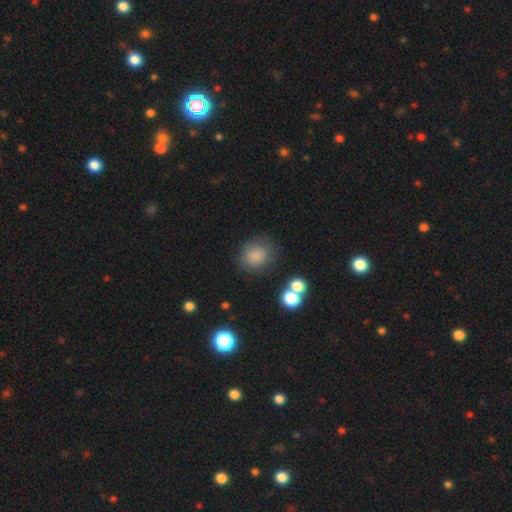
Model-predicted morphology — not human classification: type=smooth (82%); roundness=round (70%); merging=none (73%).